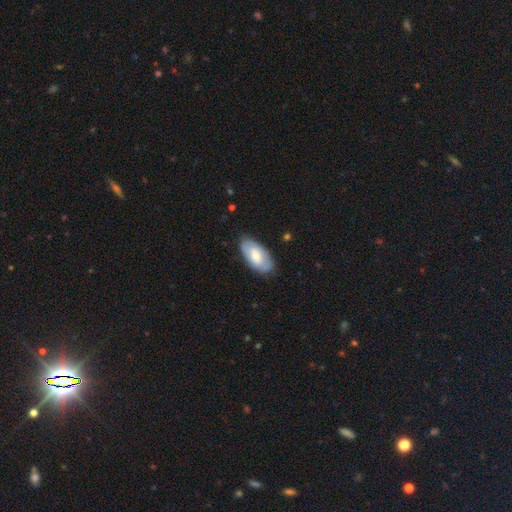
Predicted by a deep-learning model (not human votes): Smooth or featured? Predicted: smooth (p=0.62). How rounded? Predicted: in between (p=0.93). Merging? Predicted: none (p=0.80).